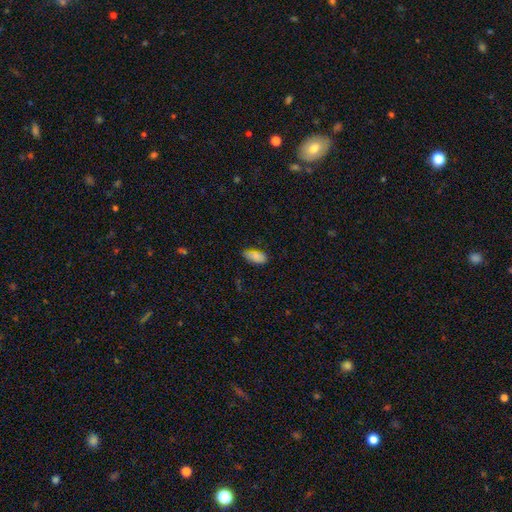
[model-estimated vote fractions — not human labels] Smooth or featured: smooth — 83% (star or artifact — 10%)
How rounded: in between — 89% (cigar-shaped — 9%)
Merging: none — 66% (minor disturbance — 27%)